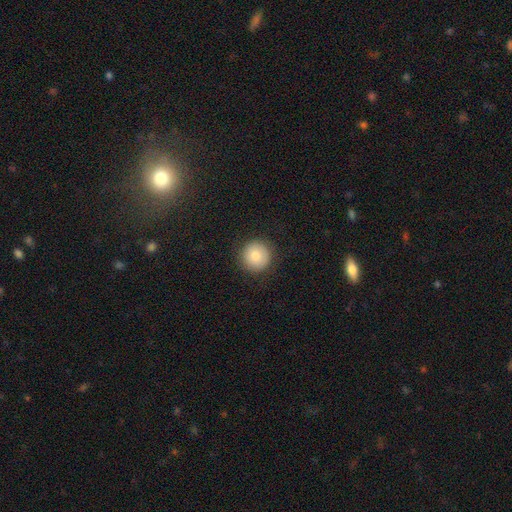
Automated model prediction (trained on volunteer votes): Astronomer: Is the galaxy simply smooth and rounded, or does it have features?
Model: smooth — 83%.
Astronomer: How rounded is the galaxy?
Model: round — 95%.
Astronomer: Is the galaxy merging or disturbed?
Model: none — 89%.